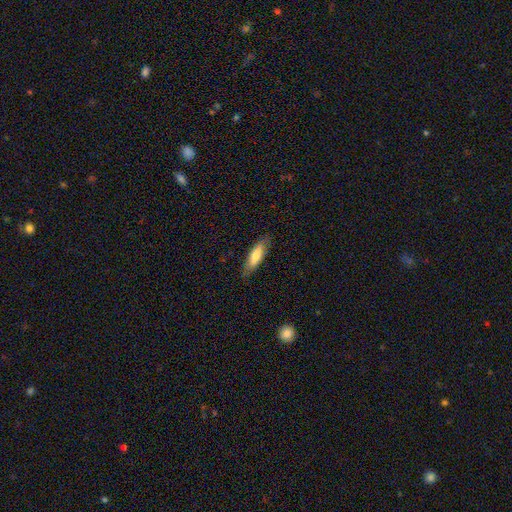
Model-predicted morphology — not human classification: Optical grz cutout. It shows a smooth galaxy with no disk features (68%) that is cigar-shaped (56%). Merging: none (81%).